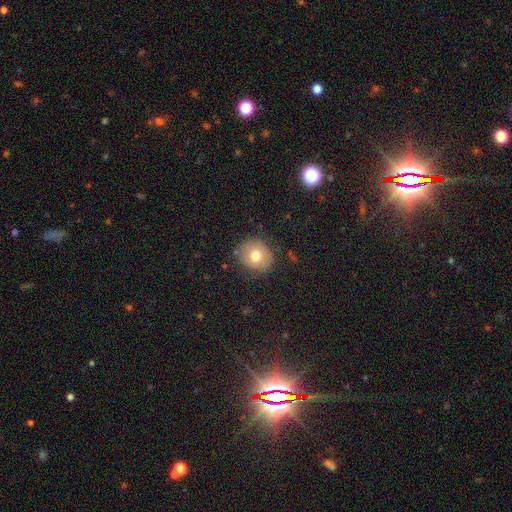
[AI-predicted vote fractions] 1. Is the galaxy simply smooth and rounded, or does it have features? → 73% smooth, 17% featured or disk, 10% star or artifact.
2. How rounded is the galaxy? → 82% round, 17% in between, 1% cigar-shaped.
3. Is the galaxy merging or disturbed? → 83% none, 12% minor disturbance, 4% major disturbance, 1% merger.